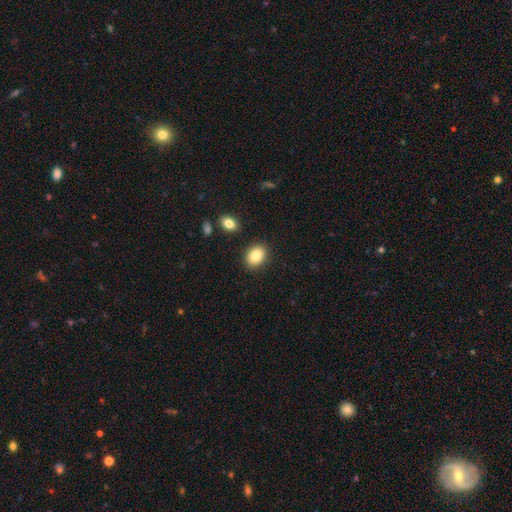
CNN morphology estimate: Smooth or featured?
  - smooth: 85% *
  - star or artifact: 8%
  - featured or disk: 7%
How rounded?
  - in between: 72% *
  - round: 27%
  - cigar-shaped: 1%
Merging?
  - none: 88% *
  - minor disturbance: 8%
  - merger: 2%
  - major disturbance: 2%